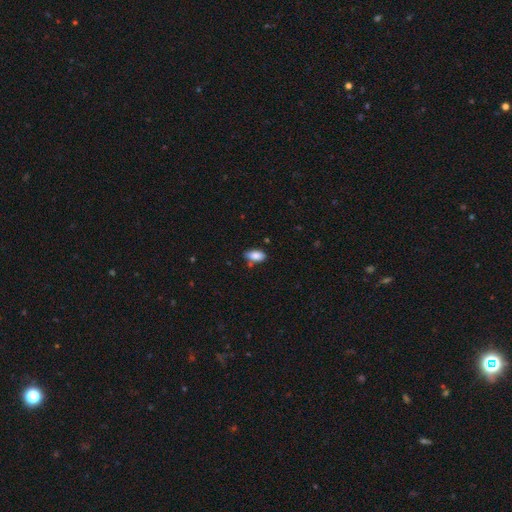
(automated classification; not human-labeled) Smooth or featured? Predicted: smooth (p=0.85). How rounded? Predicted: in between (p=0.90). Merging? Predicted: none (p=0.73).